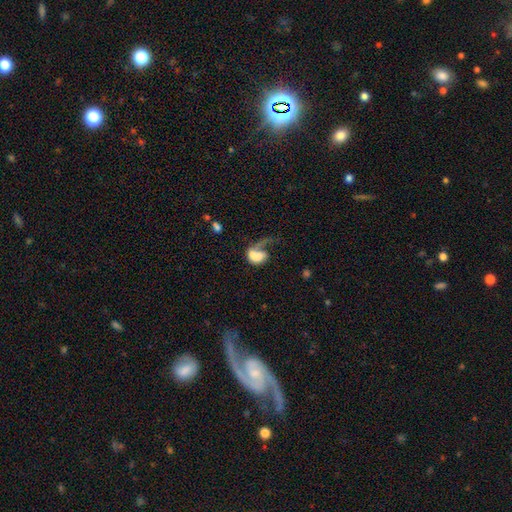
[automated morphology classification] smooth_or_featured: smooth (p=0.47) [alt: featured or disk p=0.44]
merging: major disturbance (p=0.41) [alt: merger p=0.31]